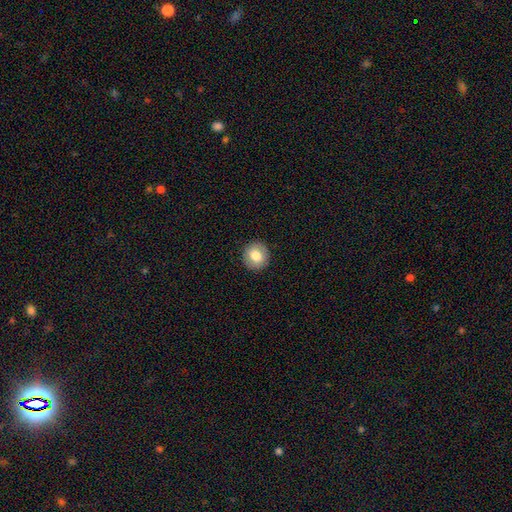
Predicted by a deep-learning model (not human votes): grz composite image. It shows a smooth galaxy with no disk features (79%) that is round (92%). Merging: none (91%).